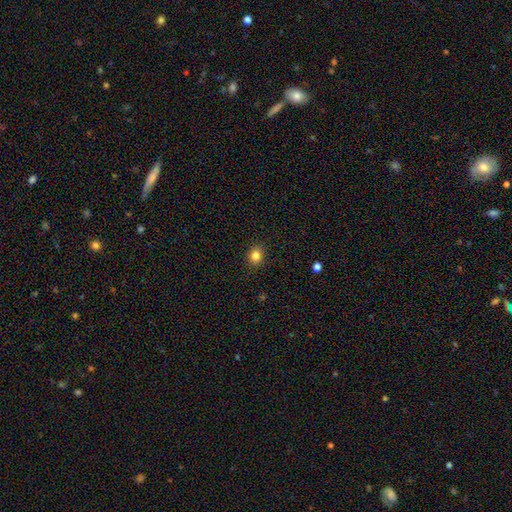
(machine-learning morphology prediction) Smooth or featured? smooth (82%)
How rounded? round (63%)
Merging? none (89%)